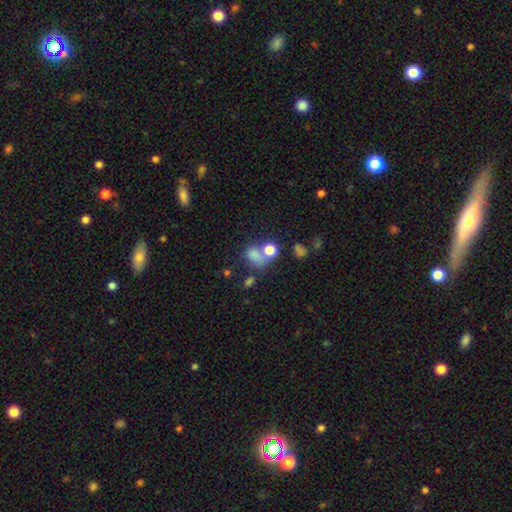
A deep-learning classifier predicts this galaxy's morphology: Overall: smooth (73%). How rounded: in between (53%; round 45%). Merging: merger (37%; none 35%).